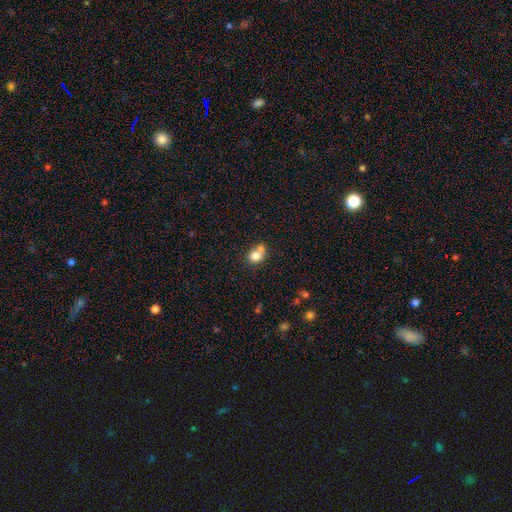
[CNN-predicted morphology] smooth 77%, featured or disk 12%, star or artifact 10%. Down the decision tree: how rounded — round (64%); merging — merger (43%).